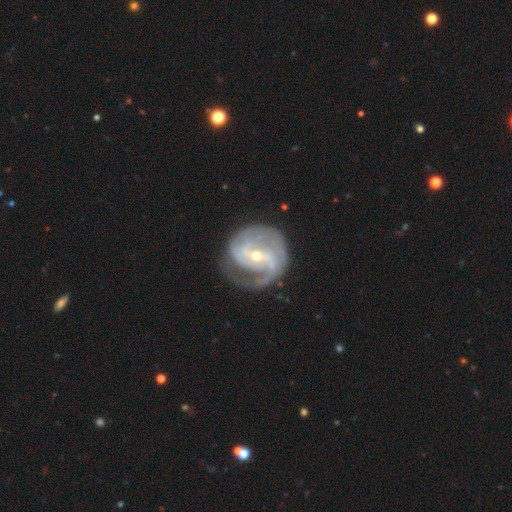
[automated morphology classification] A featured or disk galaxy (87%) with a weak bar (45%), 2 (48%) tight (49%) spiral arms (95%) and a small central bulge (59%).

Vote fractions:
- Smooth or featured? featured or disk: 87% / smooth: 7% / star or artifact: 5%
- Edge-on disk? no: 97% / yes: 3%
- Bar? weak: 45% / strong: 32% / no: 23%
- Spiral arms? yes: 95% / no: 5%
- Spiral winding? tight: 49% / medium: 38% / loose: 13%
- Spiral arm count? 2: 48% / can't tell: 19% / 3: 15% / 1: 10% / 4: 4% / more than 4: 4%
- Bulge size? small: 59% / moderate: 38% / large: 1% / none: 1% / dominant: 1%
- Merging? none: 63% / minor disturbance: 21% / major disturbance: 14% / merger: 2%